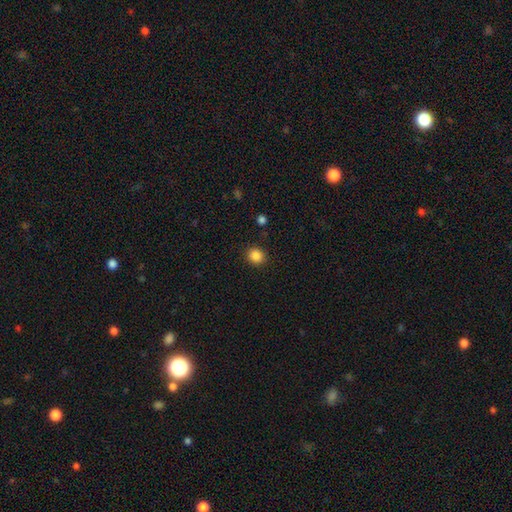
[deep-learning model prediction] This appears to be a smooth galaxy with no disk features (86%) that is round (81%). Merging: none (90%).